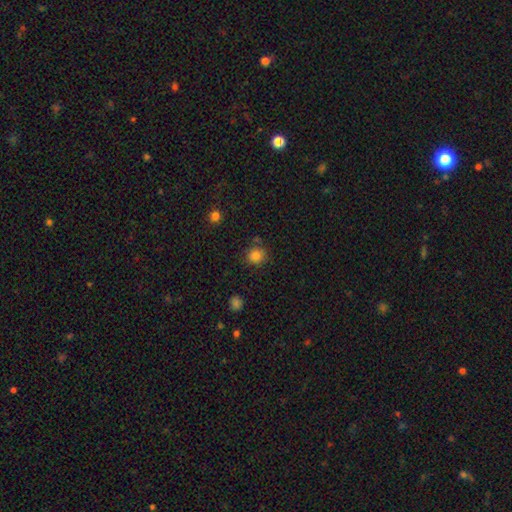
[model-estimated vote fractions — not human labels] smooth_or_featured: smooth (p=0.83) [alt: star or artifact p=0.12]
how_rounded: round (p=0.88) [alt: in between p=0.11]
merging: none (p=0.82) [alt: minor disturbance p=0.10]